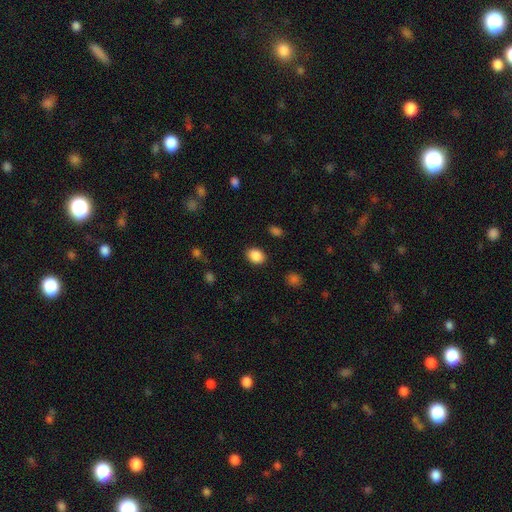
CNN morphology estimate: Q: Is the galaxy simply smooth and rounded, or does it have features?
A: smooth — 88%.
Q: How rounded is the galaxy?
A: in between — 62%.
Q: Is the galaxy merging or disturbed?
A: none — 88%.